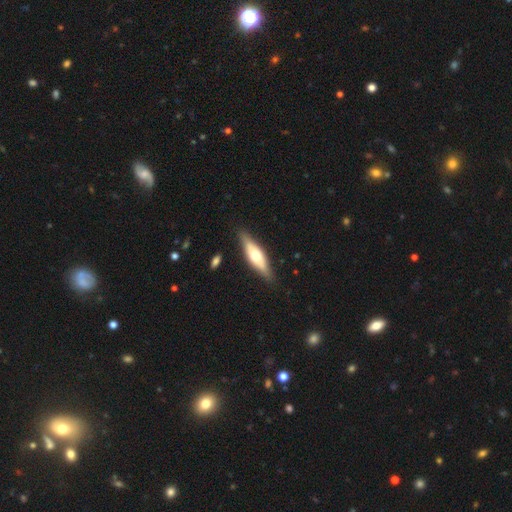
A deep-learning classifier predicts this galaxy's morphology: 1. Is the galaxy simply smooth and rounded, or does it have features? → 51% featured or disk, 44% smooth, 5% star or artifact.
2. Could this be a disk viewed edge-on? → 84% yes, 16% no.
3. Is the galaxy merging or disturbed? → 84% none, 12% minor disturbance, 2% major disturbance, 2% merger.